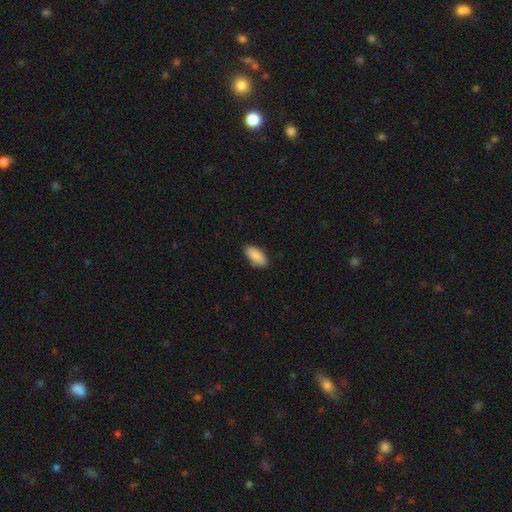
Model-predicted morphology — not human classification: smooth-or-featured: smooth: 88% | star or artifact: 6% | featured or disk: 6%
  how-rounded: in between: 89% | cigar-shaped: 9% | round: 2%
  merging: none: 84% | minor disturbance: 12% | major disturbance: 2% | merger: 1%